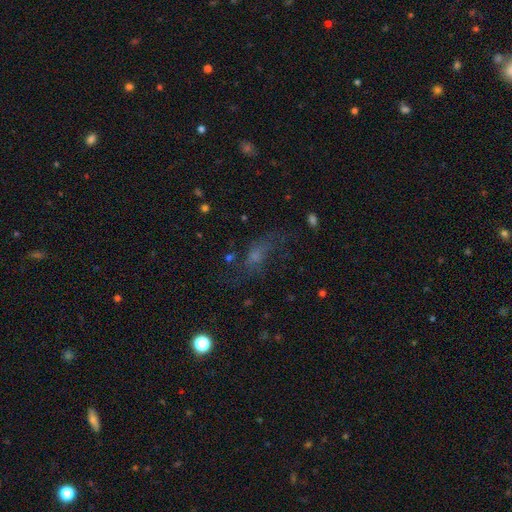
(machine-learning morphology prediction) smooth_or_featured: smooth (p=0.41) [alt: featured or disk p=0.34]
merging: none (p=0.49) [alt: major disturbance p=0.27]